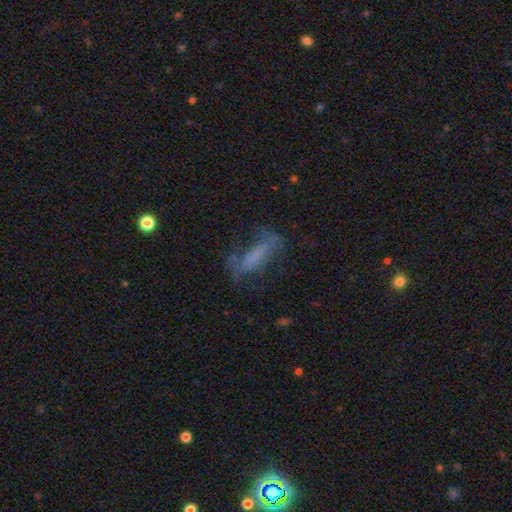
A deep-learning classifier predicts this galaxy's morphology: smooth-or-featured: smooth: 45% | featured or disk: 40% | star or artifact: 15%
  merging: none: 47% | major disturbance: 26% | minor disturbance: 24% | merger: 4%